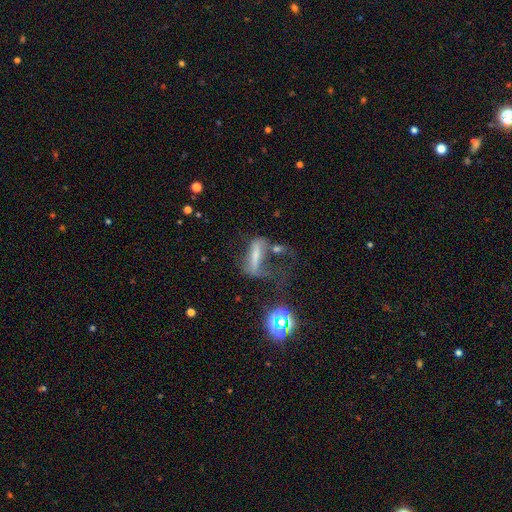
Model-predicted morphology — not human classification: This is marginally a smooth galaxy (43%). Merging: marginally major disturbance (45%).